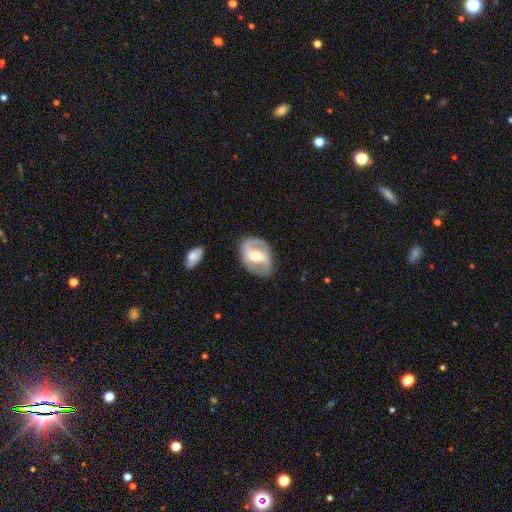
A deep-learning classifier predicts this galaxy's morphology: Smooth or featured? featured or disk (80%)
Edge-on disk? no (96%)
Bar? strong (46%)
Spiral arms? yes (86%)
Spiral winding? medium (48%)
Spiral arm count? 2 (86%)
Bulge size? moderate (63%)
Merging? none (78%)